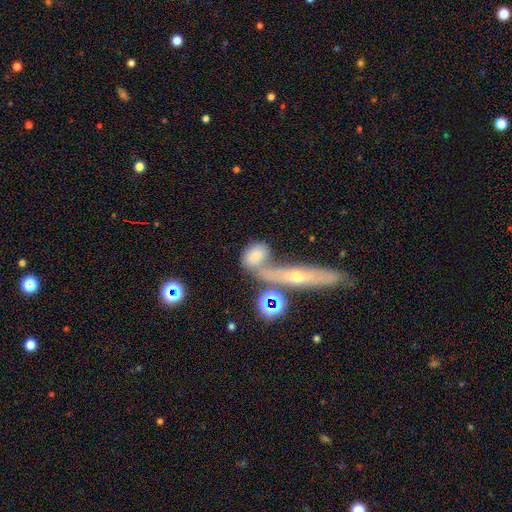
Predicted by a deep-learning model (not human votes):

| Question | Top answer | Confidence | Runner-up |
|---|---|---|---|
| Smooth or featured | smooth | 66% | featured or disk (21%) |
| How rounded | in between | 66% | round (24%) |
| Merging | merger | 42% | none (37%) |